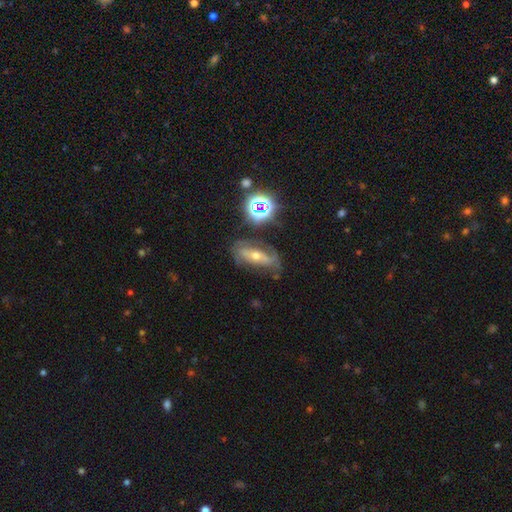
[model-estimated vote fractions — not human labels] The model was most divided on "merging": none: 56%, minor disturbance: 24%, major disturbance: 15%, merger: 4%. More confident: edge-on disk — no (81%); smooth or featured — featured or disk (59%).